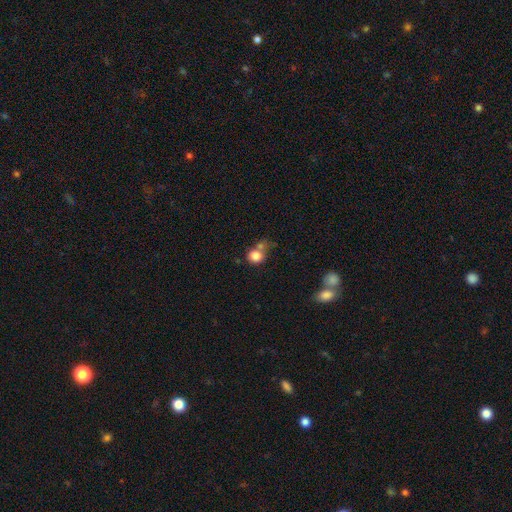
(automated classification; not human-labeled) smooth-or-featured: smooth: 83% | star or artifact: 10% | featured or disk: 7%
  how-rounded: round: 79% | in between: 20% | cigar-shaped: 1%
  merging: none: 47% | merger: 31% | minor disturbance: 14% | major disturbance: 8%